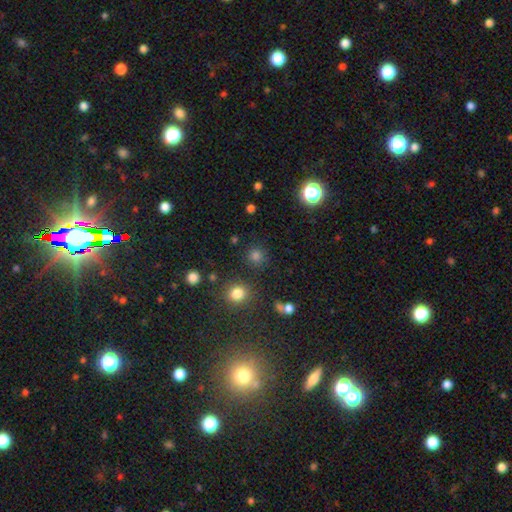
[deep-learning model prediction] The model was most divided on "smooth or featured": smooth: 75%, star or artifact: 20%, featured or disk: 5%. More confident: how rounded — round (91%); merging — none (85%).